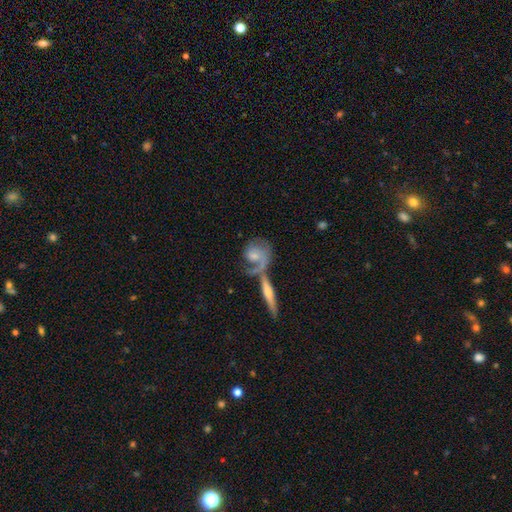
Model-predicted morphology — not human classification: Smooth or featured? featured or disk (61%)
Edge-on disk? no (83%)
Bar? no (71%)
Spiral arms? yes (79%)
Bulge size? moderate (40%)
Merging? none (40%)